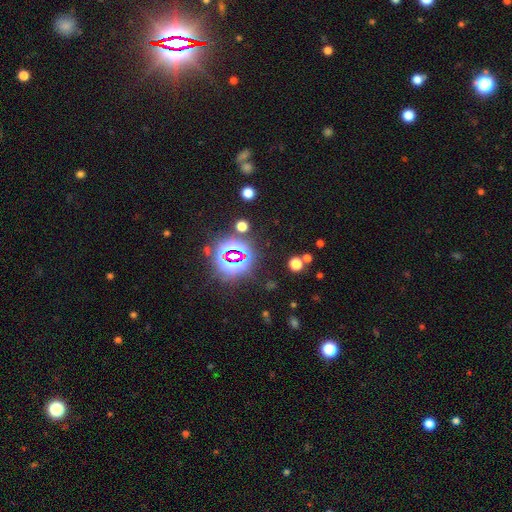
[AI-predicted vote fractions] This appears to be a star or artifact, not a galaxy (82%).